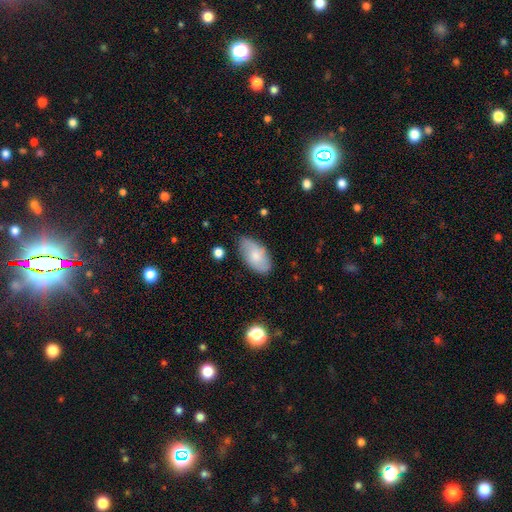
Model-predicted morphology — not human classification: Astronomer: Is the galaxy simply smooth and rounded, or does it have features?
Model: smooth — 66%.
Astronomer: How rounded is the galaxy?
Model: in between — 94%.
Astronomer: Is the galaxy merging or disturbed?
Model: none — 77%.